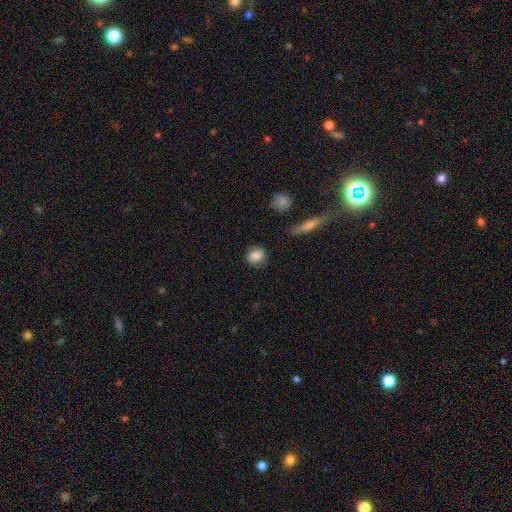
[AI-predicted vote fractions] Q: Smooth or featured?
A: smooth (84%); runner-up: featured or disk (8%)
Q: How rounded?
A: in between (50%); runner-up: round (47%)
Q: Merging?
A: none (76%); runner-up: minor disturbance (17%)